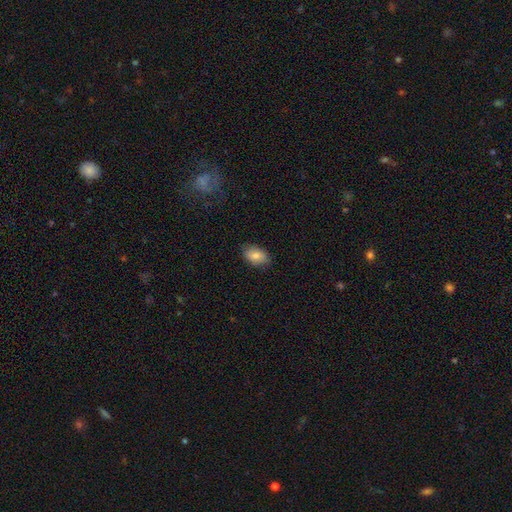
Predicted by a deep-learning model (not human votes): Smooth or featured?
  - smooth: 81% *
  - featured or disk: 12%
  - star or artifact: 7%
How rounded?
  - in between: 89% *
  - round: 10%
  - cigar-shaped: 2%
Merging?
  - none: 84% *
  - minor disturbance: 13%
  - major disturbance: 2%
  - merger: 1%